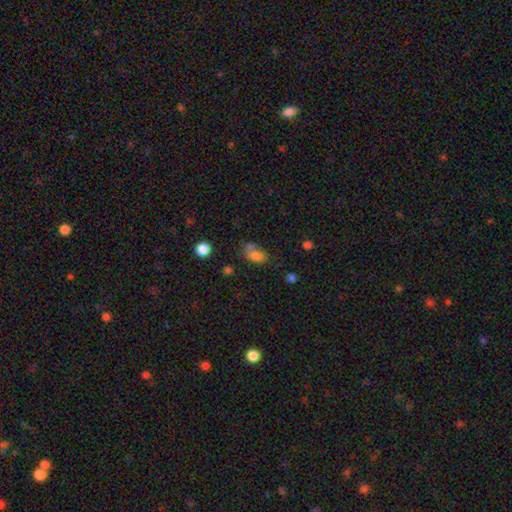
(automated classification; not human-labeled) This appears to be a smooth galaxy with no disk features (76%) that is in between round and cigar-shaped (80%). Merging: none (36%, tied with merger).